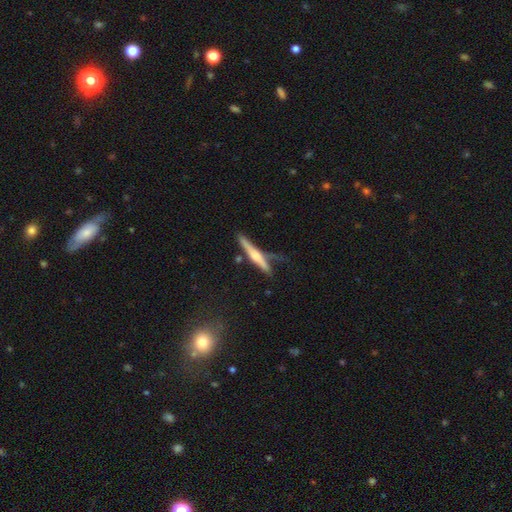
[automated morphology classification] smooth_or_featured: featured or disk (p=0.53) [alt: smooth p=0.41]
disk_edge_on: yes (p=0.95) [alt: no p=0.05]
merging: none (p=0.60) [alt: minor disturbance p=0.23]